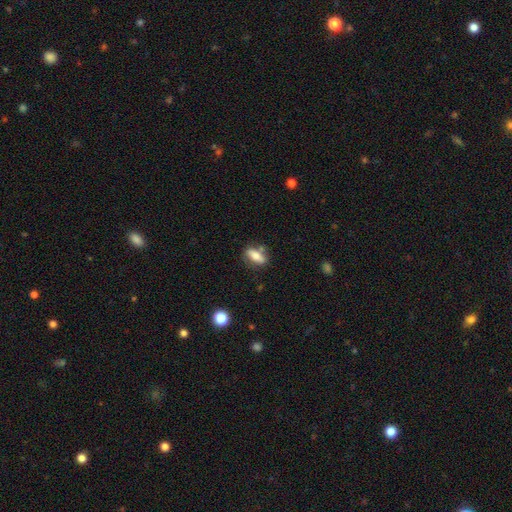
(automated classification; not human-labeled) Smooth or featured: smooth — 64% (featured or disk — 29%)
How rounded: in between — 68% (cigar-shaped — 27%)
Merging: none — 71% (minor disturbance — 17%)